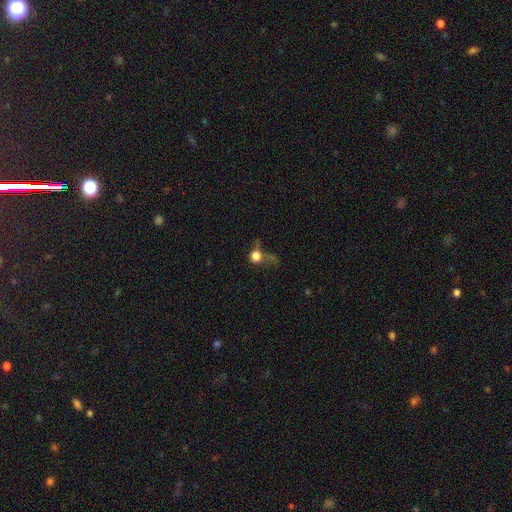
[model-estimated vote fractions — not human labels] Overall: smooth (71%). How rounded: round (81%). Merging: none (34%; major disturbance 33%).